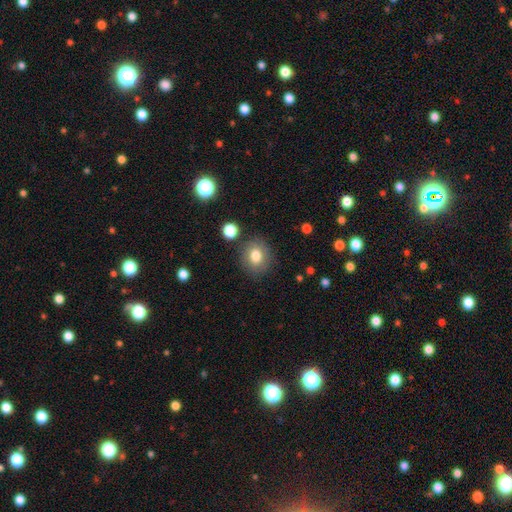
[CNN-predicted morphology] This appears to be a smooth galaxy with no disk features (80%) that is round (72%). Merging: none (84%).